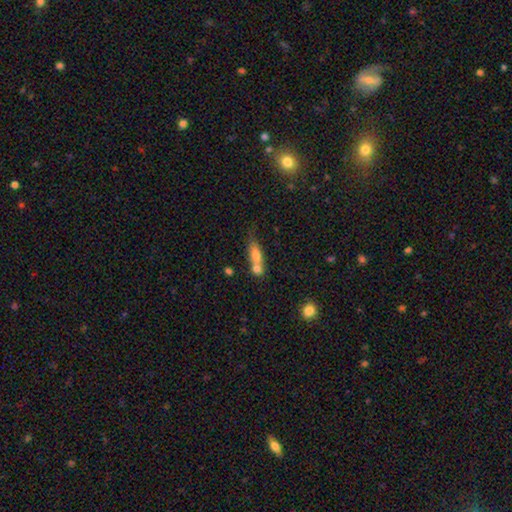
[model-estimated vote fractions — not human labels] Smooth or featured: smooth — 69% (featured or disk — 22%)
How rounded: in between — 57% (cigar-shaped — 35%)
Merging: merger — 54% (none — 29%)